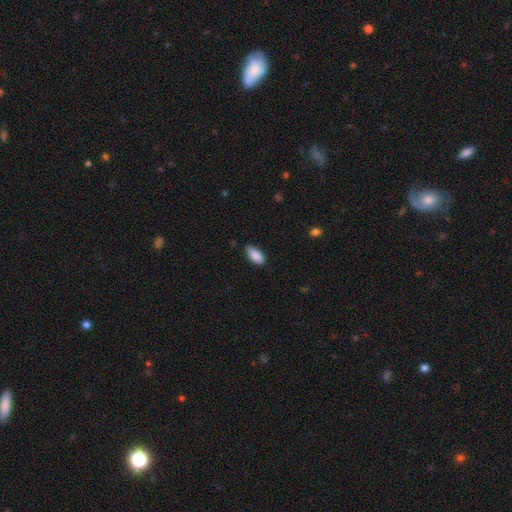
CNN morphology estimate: A smooth galaxy with no disk features (88%) that is in between round and cigar-shaped (90%).

Vote fractions:
- Smooth or featured? smooth: 88% / star or artifact: 7% / featured or disk: 5%
- How rounded? in between: 90% / cigar-shaped: 7% / round: 2%
- Merging? none: 69% / minor disturbance: 26% / major disturbance: 4% / merger: 1%